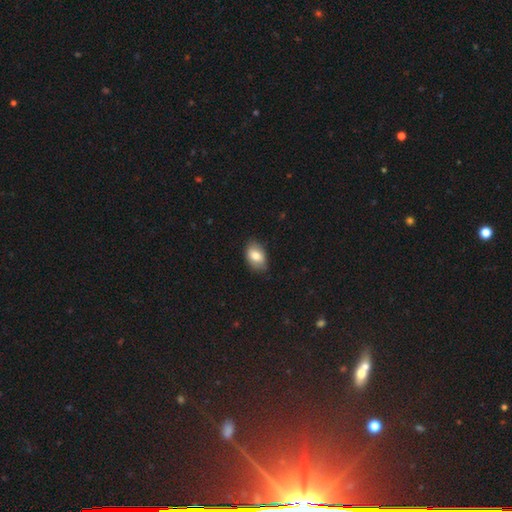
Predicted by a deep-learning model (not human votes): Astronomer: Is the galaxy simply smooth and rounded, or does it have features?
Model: smooth — 78%.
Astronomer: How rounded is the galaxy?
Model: in between — 88%.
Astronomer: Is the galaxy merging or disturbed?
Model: none — 80%.